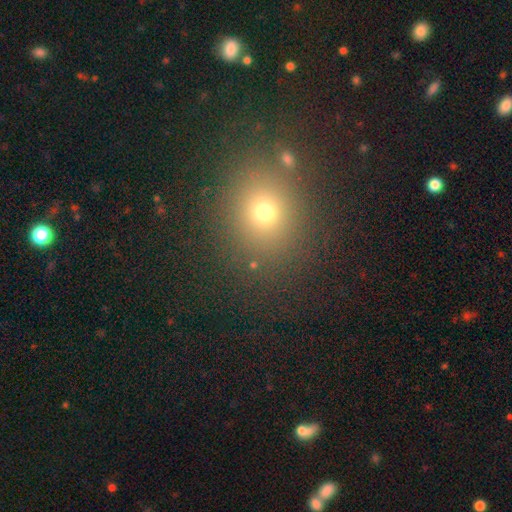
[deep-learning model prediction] This appears to be a smooth galaxy with no disk features (62%) that is round (78%). Merging: none (88%).